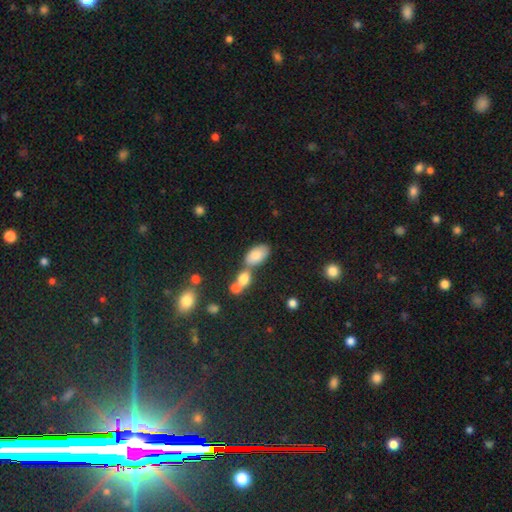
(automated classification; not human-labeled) Smooth or featured: smooth — 81% (featured or disk — 10%)
How rounded: in between — 91% (round — 6%)
Merging: none — 47% (merger — 33%)